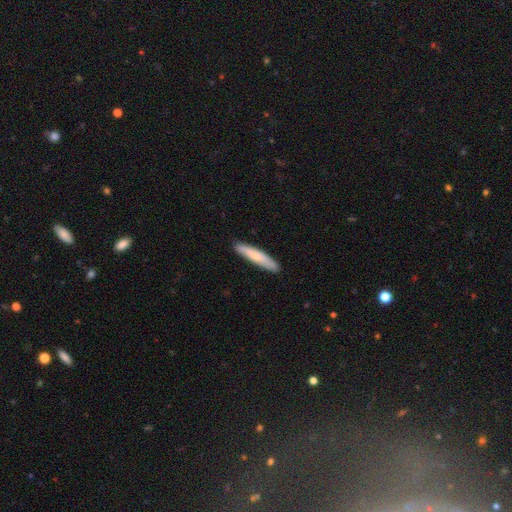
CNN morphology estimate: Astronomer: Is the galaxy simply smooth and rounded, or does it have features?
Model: smooth — 70%.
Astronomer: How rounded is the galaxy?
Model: cigar-shaped — 89%.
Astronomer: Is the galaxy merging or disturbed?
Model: none — 88%.